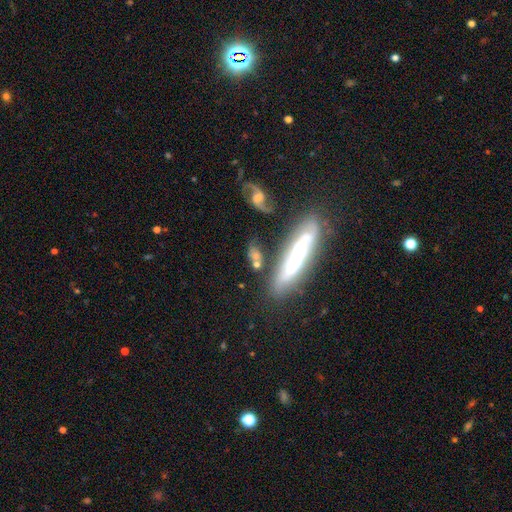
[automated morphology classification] Smooth or featured: featured or disk — 46% (smooth — 44%)
Merging: none — 54% (minor disturbance — 20%)